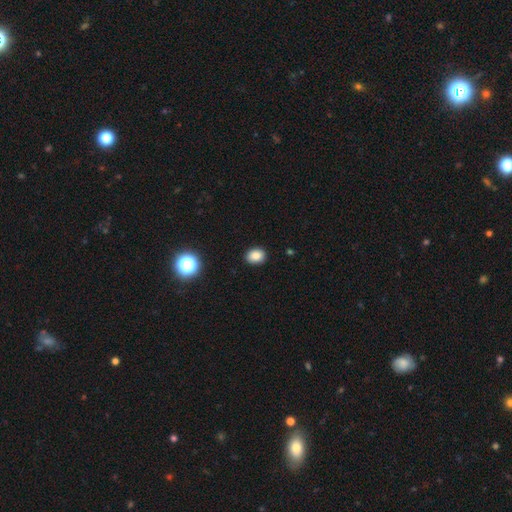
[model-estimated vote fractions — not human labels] smooth-or-featured: smooth: 85% | star or artifact: 11% | featured or disk: 4%
  how-rounded: in between: 54% | round: 45% | cigar-shaped: 1%
  merging: none: 91% | minor disturbance: 6% | major disturbance: 2% | merger: 1%